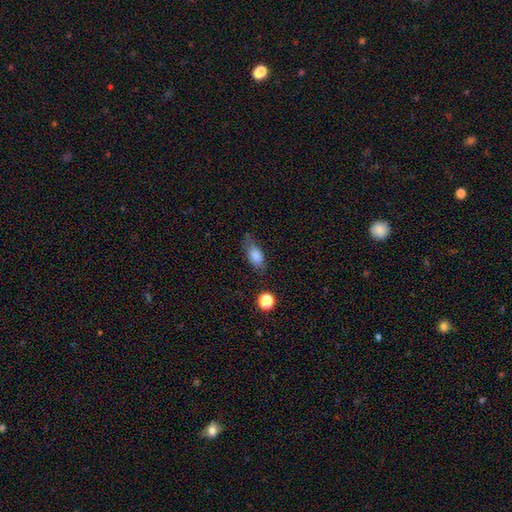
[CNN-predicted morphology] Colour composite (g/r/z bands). It shows a smooth galaxy with no disk features (81%) that is in between round and cigar-shaped (80%). Merging: none (56%).